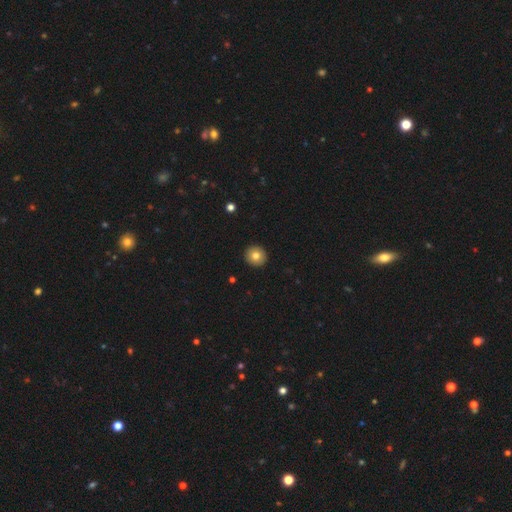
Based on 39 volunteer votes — Morphology: type=smooth (92%); roundness=round (97%); merging=none (97%).